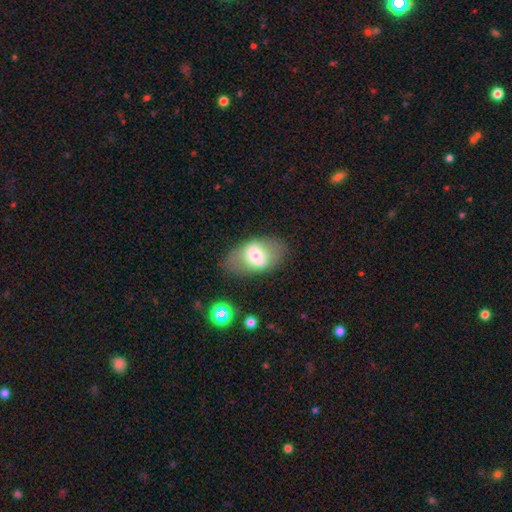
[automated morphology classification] smooth 57%, featured or disk 34%, star or artifact 9%. Down the decision tree: how rounded — in between (83%); merging — none (72%).